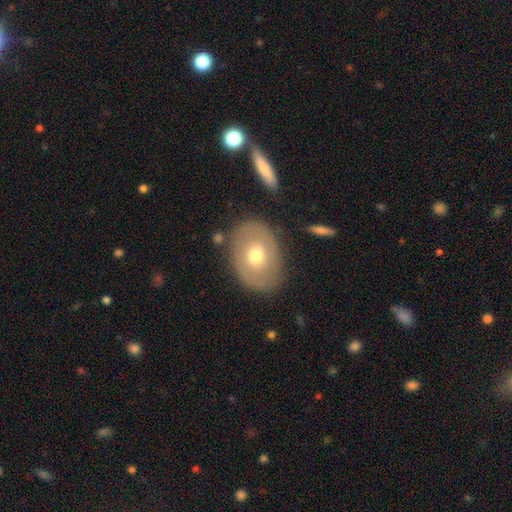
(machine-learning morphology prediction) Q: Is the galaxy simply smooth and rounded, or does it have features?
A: smooth — 49%.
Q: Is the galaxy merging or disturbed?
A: none — 80%.